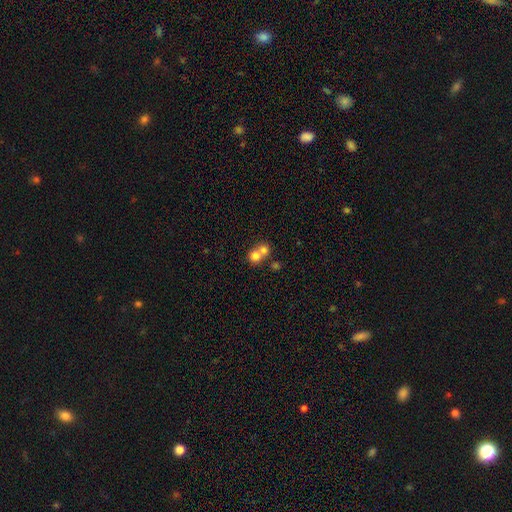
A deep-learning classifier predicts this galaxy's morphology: type=smooth (73%); roundness=round (81%); merging=merger (63%).